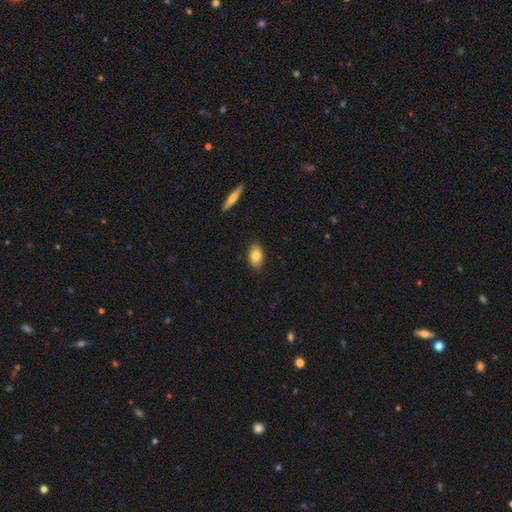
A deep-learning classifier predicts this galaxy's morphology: Smooth or featured? Predicted: smooth (p=0.81). How rounded? Predicted: in between (p=0.90). Merging? Predicted: none (p=0.87).